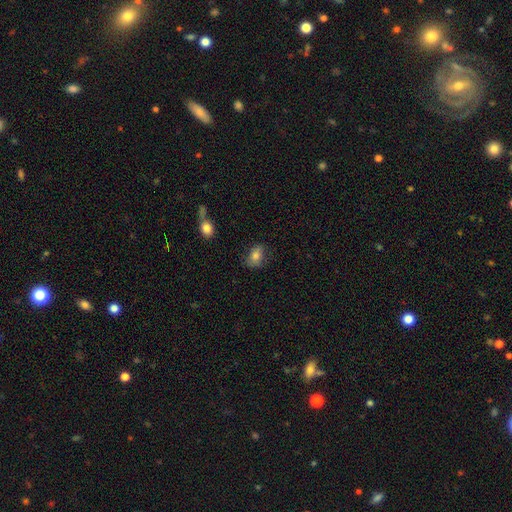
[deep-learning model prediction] Q: Smooth or featured?
A: smooth (80%); runner-up: featured or disk (11%)
Q: How rounded?
A: in between (75%); runner-up: round (23%)
Q: Merging?
A: none (70%); runner-up: minor disturbance (22%)